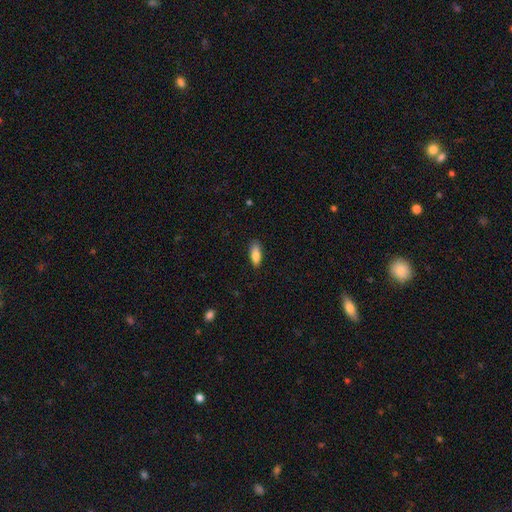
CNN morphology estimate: smooth_or_featured: smooth (p=0.82) [alt: featured or disk p=0.11]
how_rounded: in between (p=0.73) [alt: cigar-shaped p=0.25]
merging: none (p=0.83) [alt: minor disturbance p=0.14]